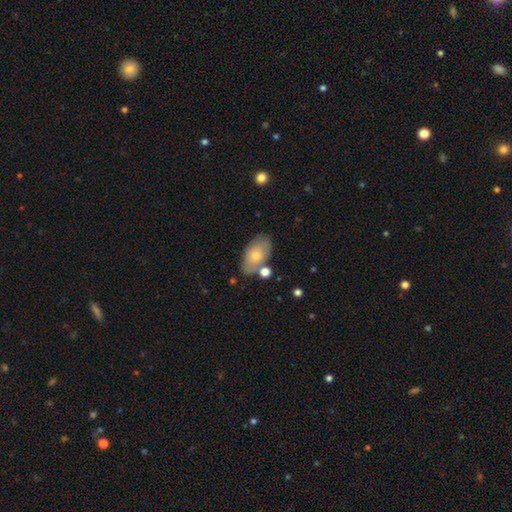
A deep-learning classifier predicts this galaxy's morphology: A smooth galaxy with no disk features (70%) that is in between round and cigar-shaped (92%).

Vote fractions:
- Smooth or featured? smooth: 70% / featured or disk: 23% / star or artifact: 6%
- How rounded? in between: 92% / round: 6% / cigar-shaped: 2%
- Merging? none: 67% / minor disturbance: 18% / merger: 11% / major disturbance: 5%